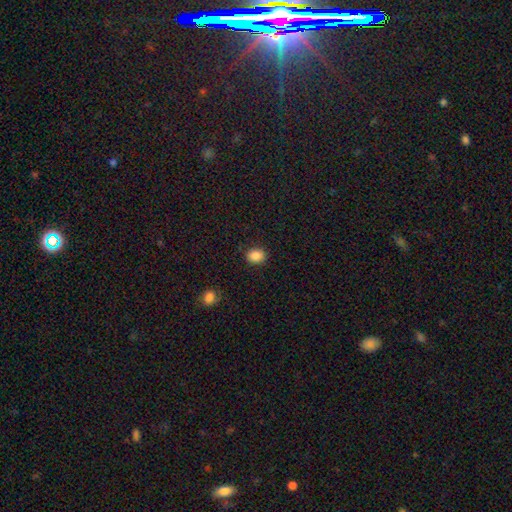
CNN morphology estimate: Smooth or featured?
  - smooth: 87% *
  - star or artifact: 10%
  - featured or disk: 4%
How rounded?
  - round: 51% *
  - in between: 48%
  - cigar-shaped: 1%
Merging?
  - none: 87% *
  - minor disturbance: 9%
  - major disturbance: 3%
  - merger: 1%